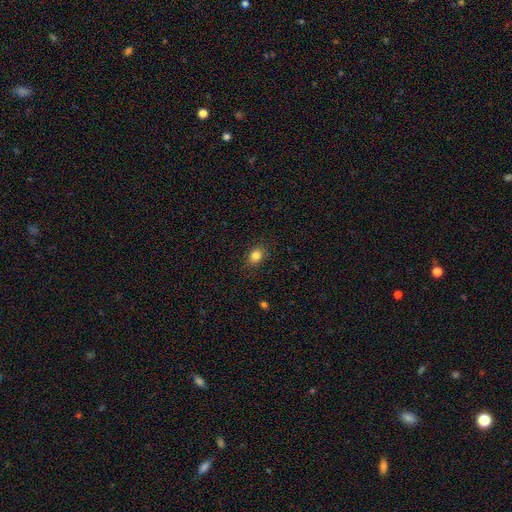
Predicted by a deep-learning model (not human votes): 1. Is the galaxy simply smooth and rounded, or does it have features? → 83% smooth, 11% star or artifact, 6% featured or disk.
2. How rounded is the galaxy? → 58% in between, 41% round, 1% cigar-shaped.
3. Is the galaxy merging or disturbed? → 86% none, 10% minor disturbance, 3% major disturbance, 1% merger.